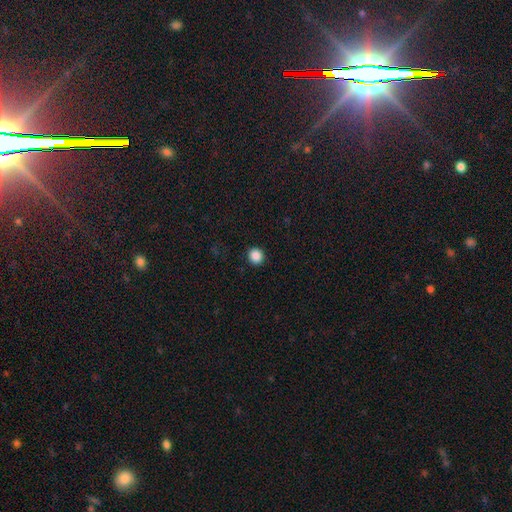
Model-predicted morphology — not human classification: Smooth or featured? smooth (88%)
How rounded? round (91%)
Merging? none (93%)